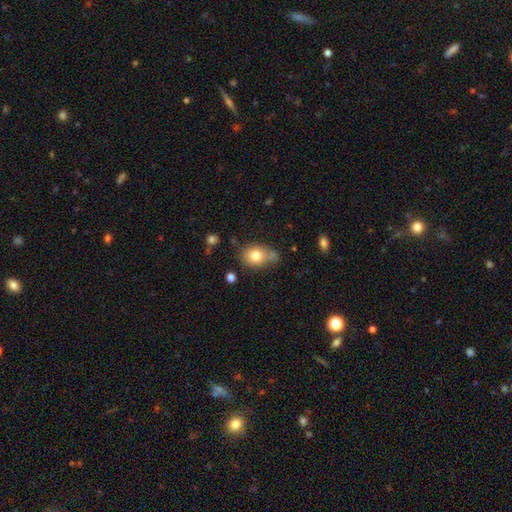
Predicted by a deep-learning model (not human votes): smooth_or_featured: smooth (p=0.77) [alt: featured or disk p=0.13]
how_rounded: in between (p=0.53) [alt: round p=0.46]
merging: none (p=0.54) [alt: minor disturbance p=0.25]